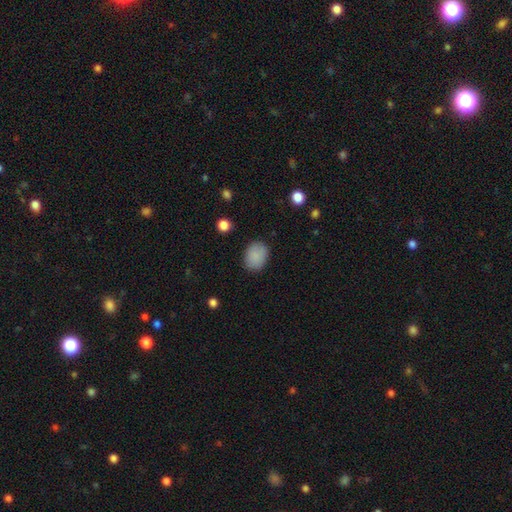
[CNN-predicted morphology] smooth_or_featured: smooth (p=0.87) [alt: star or artifact p=0.08]
how_rounded: in between (p=0.60) [alt: round p=0.39]
merging: none (p=0.83) [alt: minor disturbance p=0.12]